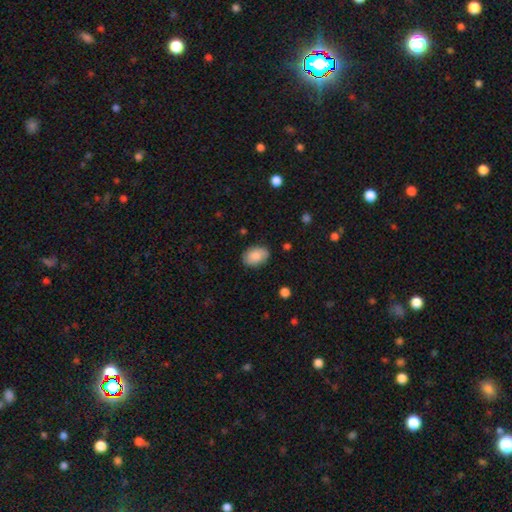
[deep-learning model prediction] A smooth galaxy with no disk features (85%) that is in between round and cigar-shaped (84%).

Vote fractions:
- Smooth or featured? smooth: 85% / featured or disk: 8% / star or artifact: 7%
- How rounded? in between: 84% / round: 15% / cigar-shaped: 1%
- Merging? none: 83% / minor disturbance: 13% / major disturbance: 3% / merger: 1%